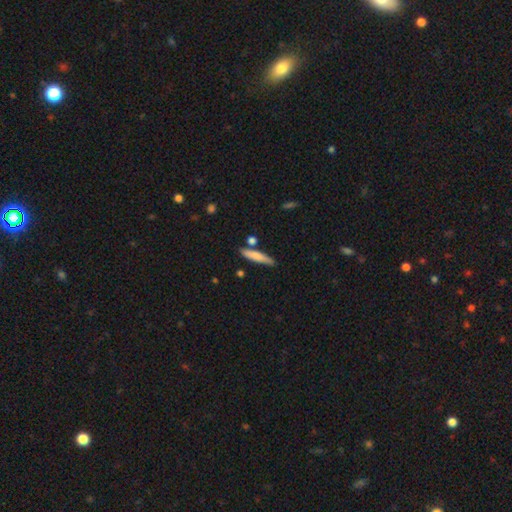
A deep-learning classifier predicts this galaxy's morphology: smooth 74%, featured or disk 20%, star or artifact 6%. Down the decision tree: how rounded — cigar-shaped (87%); merging — none (79%).